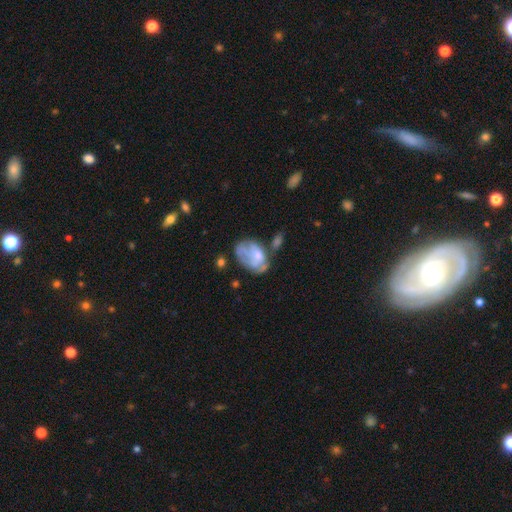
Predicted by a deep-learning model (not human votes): Smooth or featured? featured or disk (50%)
Edge-on disk? no (97%)
Merging? none (35%)